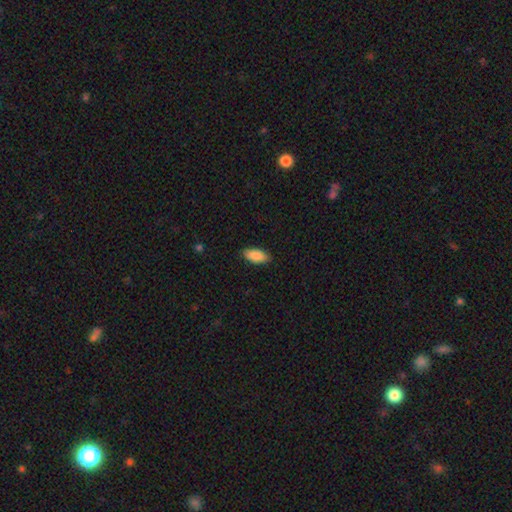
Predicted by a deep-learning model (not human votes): Smooth or featured: smooth — 90% (star or artifact — 6%)
How rounded: in between — 89% (cigar-shaped — 9%)
Merging: none — 88% (minor disturbance — 9%)